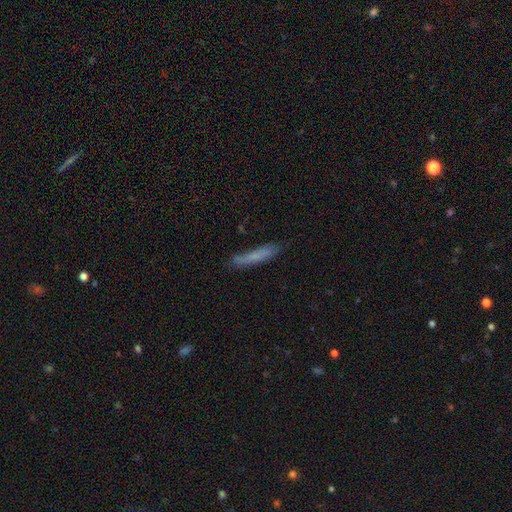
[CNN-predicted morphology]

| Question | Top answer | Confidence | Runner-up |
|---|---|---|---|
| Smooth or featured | smooth | 68% | featured or disk (24%) |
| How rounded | cigar-shaped | 92% | in between (7%) |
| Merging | none | 75% | minor disturbance (18%) |